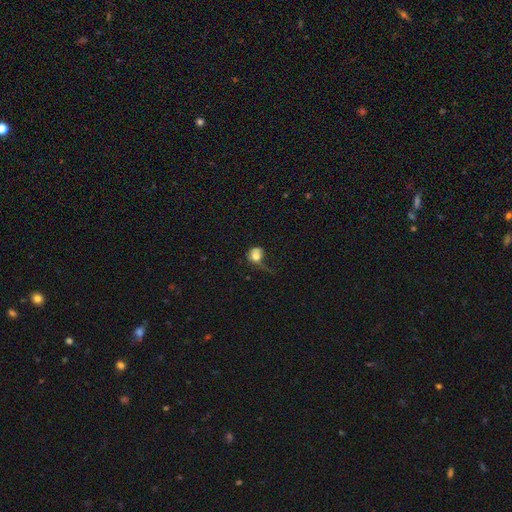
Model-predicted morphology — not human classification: smooth_or_featured: smooth (p=0.71) [alt: featured or disk p=0.18]
how_rounded: round (p=0.66) [alt: in between p=0.32]
merging: major disturbance (p=0.48) [alt: none p=0.24]